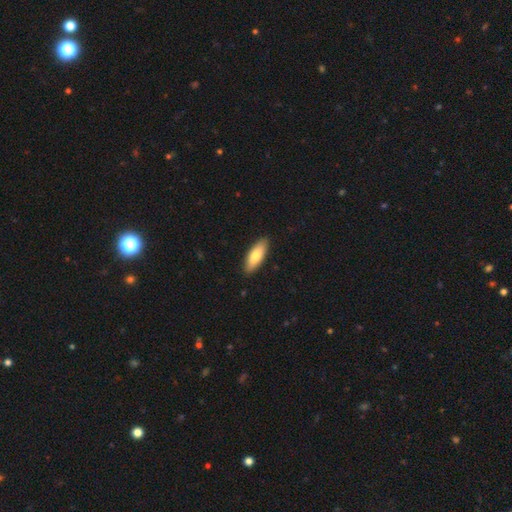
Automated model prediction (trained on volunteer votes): Morphology: type=smooth (78%); roundness=in between (66%); merging=none (89%).